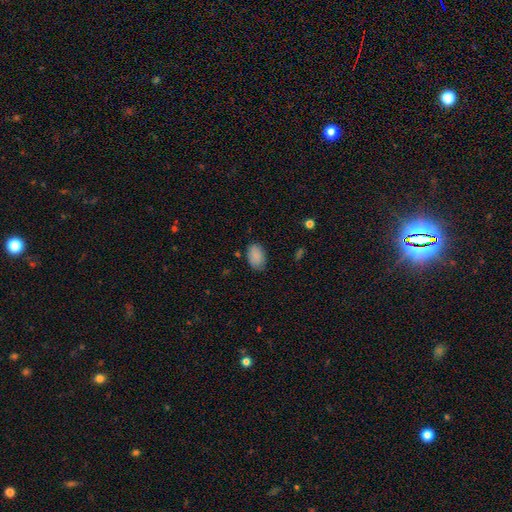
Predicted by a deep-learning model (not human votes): Smooth or featured? Predicted: smooth (p=0.87). How rounded? Predicted: in between (p=0.89). Merging? Predicted: none (p=0.77).